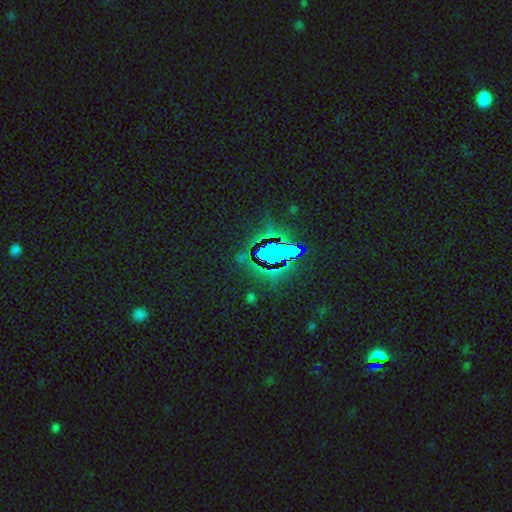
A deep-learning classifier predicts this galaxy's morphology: A star or artifact, not a galaxy (85%).

Vote fractions:
- Smooth or featured? star or artifact: 85% / smooth: 9% / featured or disk: 7%